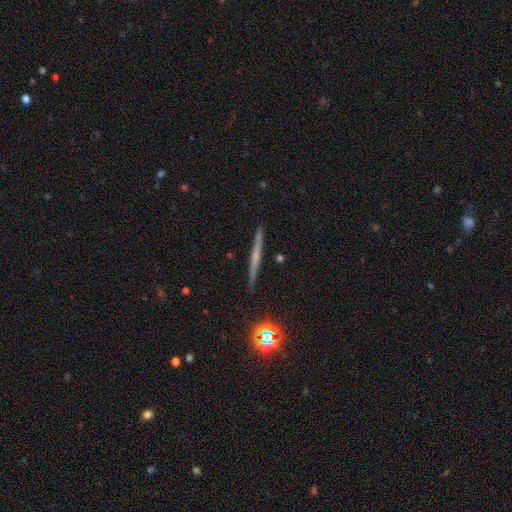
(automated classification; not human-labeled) Q: Smooth or featured?
A: featured or disk (58%); runner-up: smooth (30%)
Q: Edge-on disk?
A: yes (98%); runner-up: no (2%)
Q: Edge-on bulge?
A: none (62%); runner-up: rounded (30%)
Q: Merging?
A: none (91%); runner-up: minor disturbance (6%)